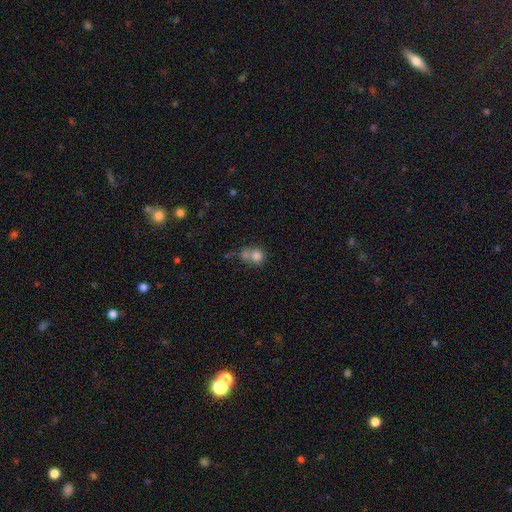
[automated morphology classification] smooth 77%, featured or disk 12%, star or artifact 11%. Down the decision tree: how rounded — round (81%); merging — merger (49%).